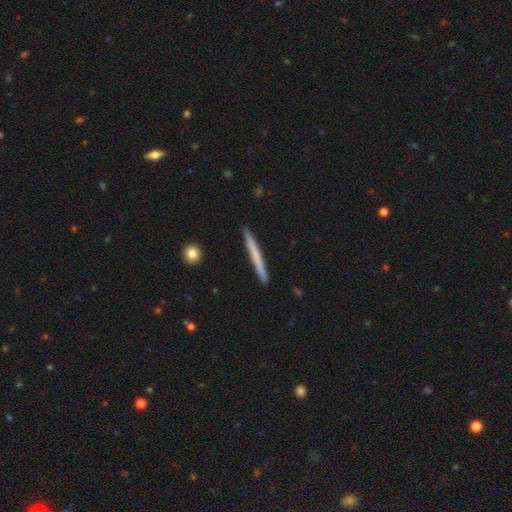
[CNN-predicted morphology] smooth 60%, featured or disk 35%, star or artifact 5%. Down the decision tree: how rounded — cigar-shaped (97%); merging — none (92%).